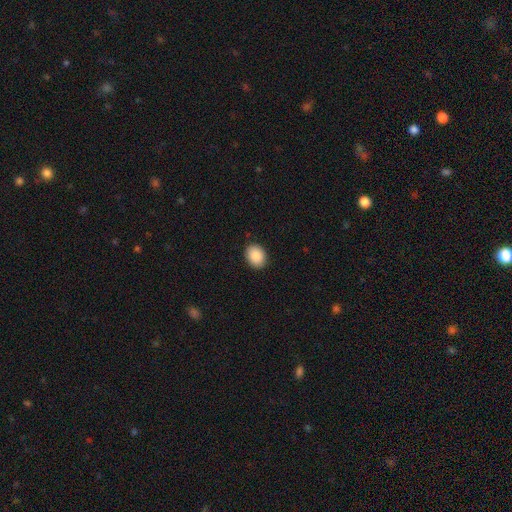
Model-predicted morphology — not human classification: Overall: smooth (90%). How rounded: in between (58%; round 42%). Merging: none (89%).